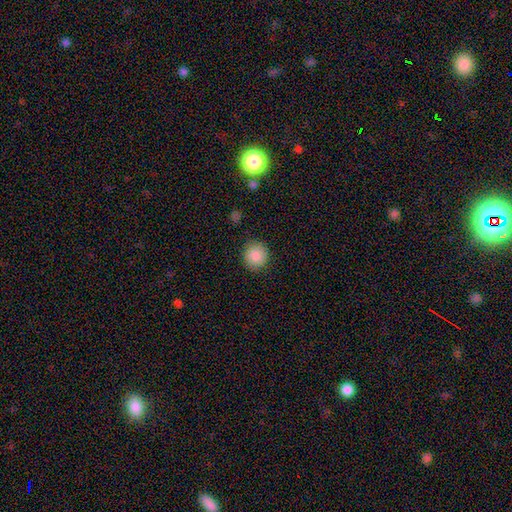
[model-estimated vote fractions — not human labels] A smooth galaxy with no disk features (88%) that is round (91%). Merging: none (89%).